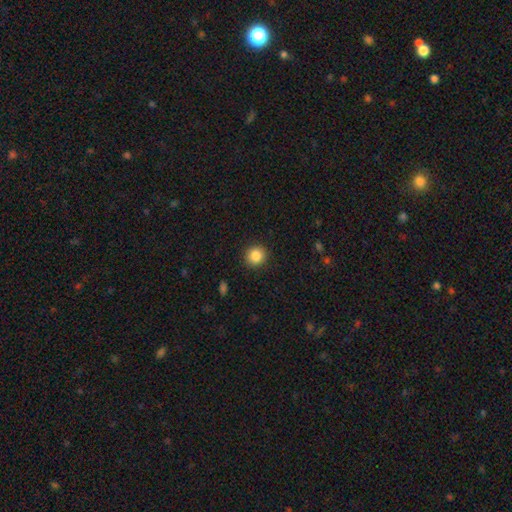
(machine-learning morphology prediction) A smooth galaxy with no disk features (86%) that is round (92%). Merging: none (91%).